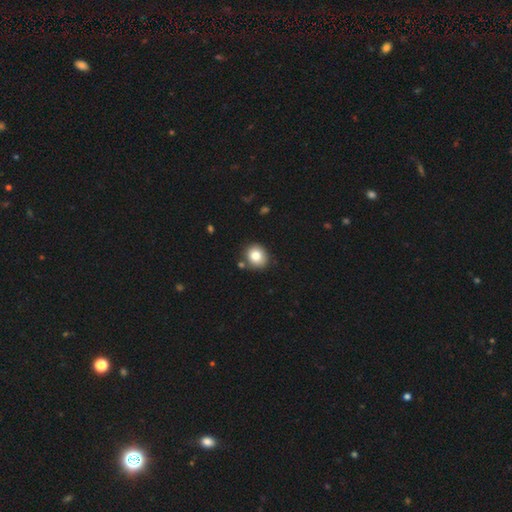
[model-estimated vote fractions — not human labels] Smooth or featured?
  - smooth: 81% *
  - star or artifact: 10%
  - featured or disk: 9%
How rounded?
  - round: 71% *
  - in between: 28%
  - cigar-shaped: 1%
Merging?
  - none: 81% *
  - minor disturbance: 10%
  - merger: 6%
  - major disturbance: 3%